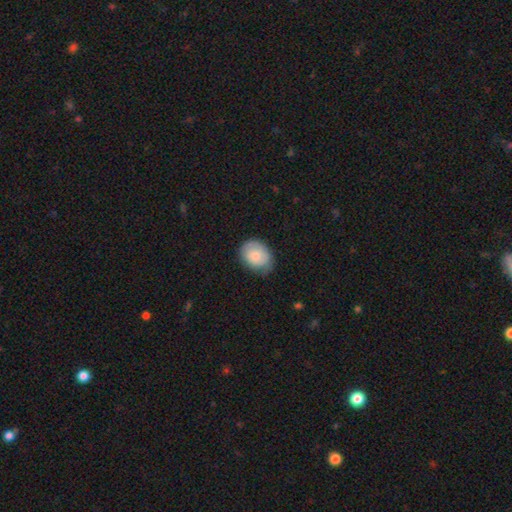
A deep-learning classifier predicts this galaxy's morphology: Overall: smooth (79%). How rounded: in between (60%; round 39%). Merging: none (67%; minor disturbance 27%).